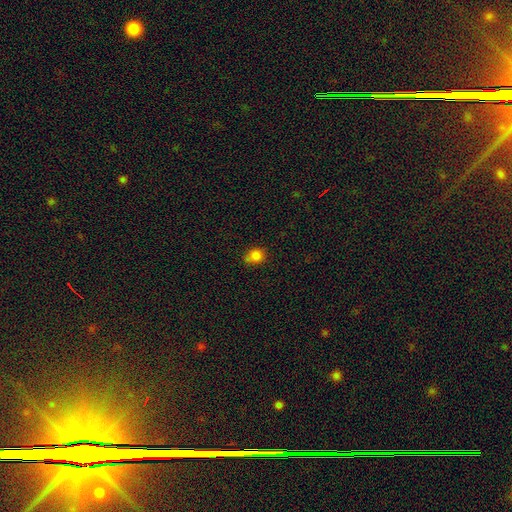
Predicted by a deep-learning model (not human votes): The model was most divided on "how rounded": round: 63%, in between: 36%, cigar-shaped: 1%. More confident: smooth or featured — smooth (82%); merging — none (70%).